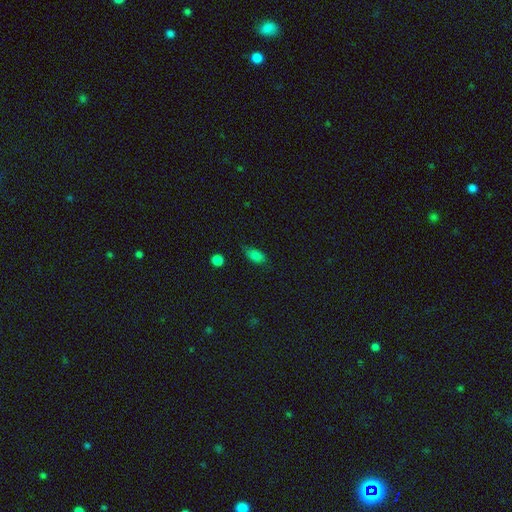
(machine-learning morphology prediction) Q: Smooth or featured?
A: smooth (82%); runner-up: star or artifact (12%)
Q: How rounded?
A: in between (88%); runner-up: cigar-shaped (7%)
Q: Merging?
A: none (61%); runner-up: minor disturbance (30%)